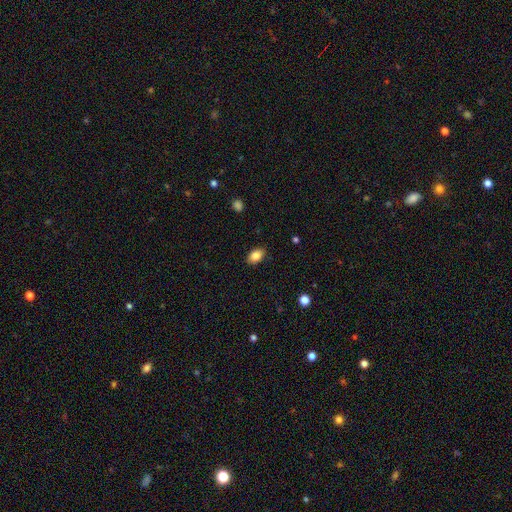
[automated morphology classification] Smooth or featured? smooth (85%)
How rounded? in between (86%)
Merging? none (87%)